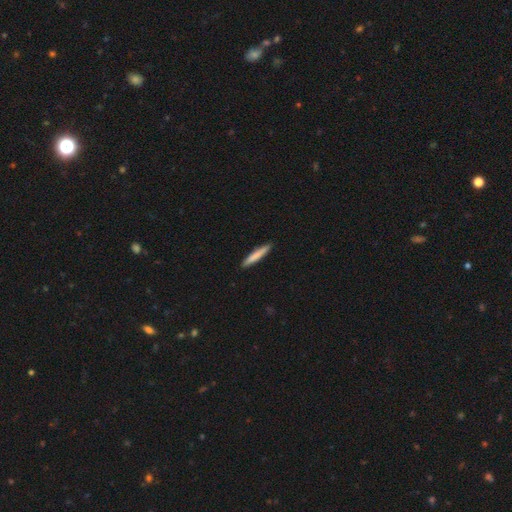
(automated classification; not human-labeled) Smooth or featured? Predicted: smooth (p=0.78). How rounded? Predicted: cigar-shaped (p=0.94). Merging? Predicted: none (p=0.91).